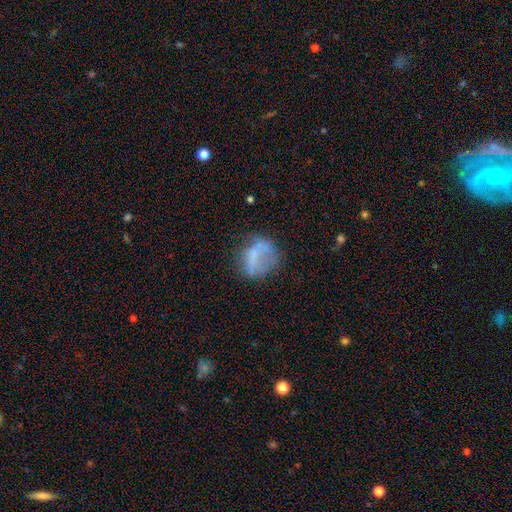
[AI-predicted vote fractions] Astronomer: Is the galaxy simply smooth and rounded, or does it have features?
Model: smooth — 55% (runner-up: featured or disk, 33%).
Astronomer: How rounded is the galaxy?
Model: round — 58% (runner-up: in between, 39%).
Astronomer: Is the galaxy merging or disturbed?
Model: none — 42% (runner-up: major disturbance, 26%).